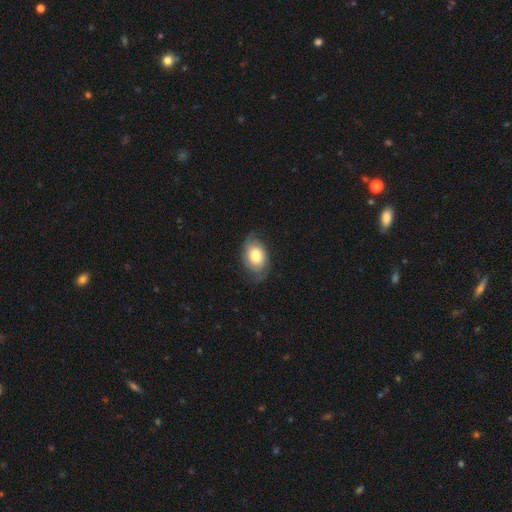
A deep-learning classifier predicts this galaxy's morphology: Overall: smooth (61%; featured or disk 32%). How rounded: in between (81%). Merging: none (67%).